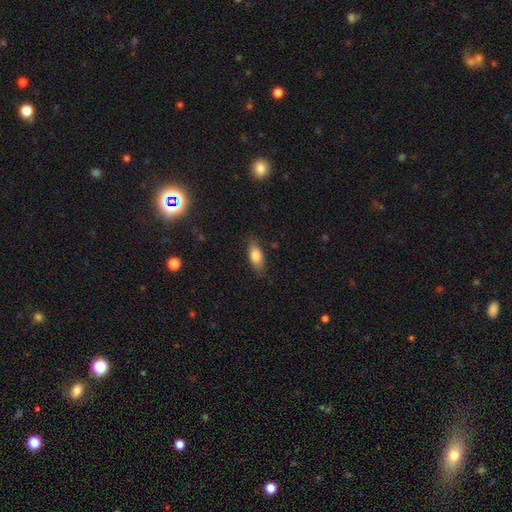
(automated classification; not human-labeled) Morphology: type=smooth (77%); roundness=in between (80%); merging=none (82%).